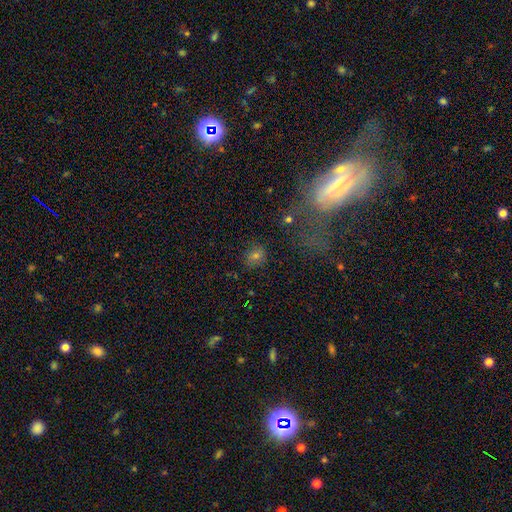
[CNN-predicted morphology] smooth_or_featured: smooth (p=0.59) [alt: star or artifact p=0.23]
how_rounded: round (p=0.60) [alt: in between p=0.38]
merging: none (p=0.77) [alt: minor disturbance p=0.12]